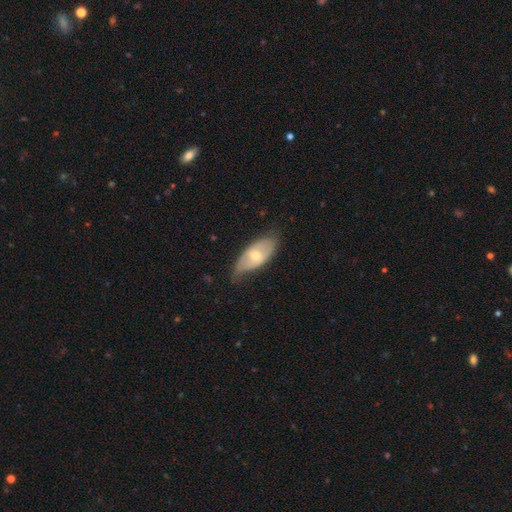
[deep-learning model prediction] Smooth or featured: smooth — 48% (featured or disk — 46%)
Merging: none — 55% (minor disturbance — 34%)